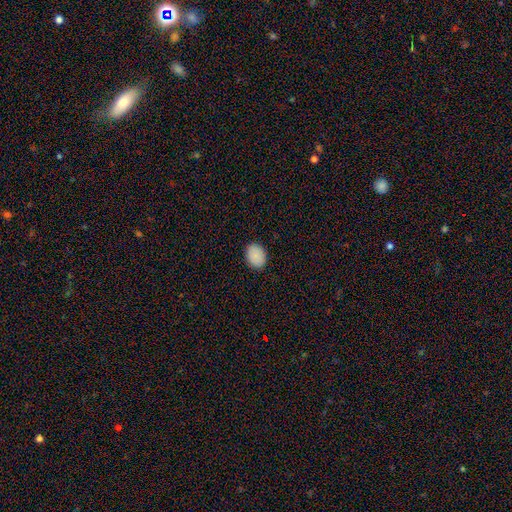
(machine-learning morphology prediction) Smooth or featured? Predicted: smooth (p=0.90). How rounded? Predicted: in between (p=0.66). Merging? Predicted: none (p=0.90).